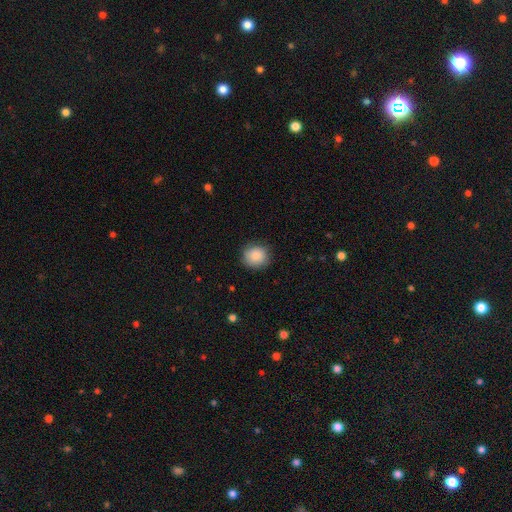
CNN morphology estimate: smooth-or-featured: smooth: 85% | star or artifact: 8% | featured or disk: 7%
  how-rounded: round: 87% | in between: 12% | cigar-shaped: 1%
  merging: none: 85% | minor disturbance: 11% | major disturbance: 3% | merger: 1%